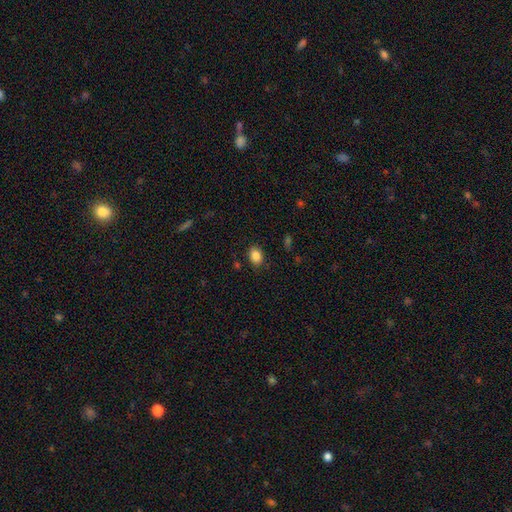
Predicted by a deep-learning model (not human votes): Smooth or featured: smooth — 86% (star or artifact — 9%)
How rounded: in between — 68% (round — 31%)
Merging: none — 85% (minor disturbance — 11%)